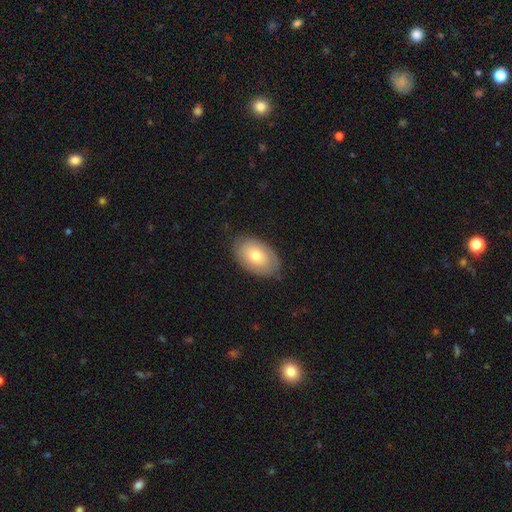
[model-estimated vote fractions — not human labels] smooth 64%, featured or disk 30%, star or artifact 6%. Down the decision tree: how rounded — in between (90%); merging — none (82%).